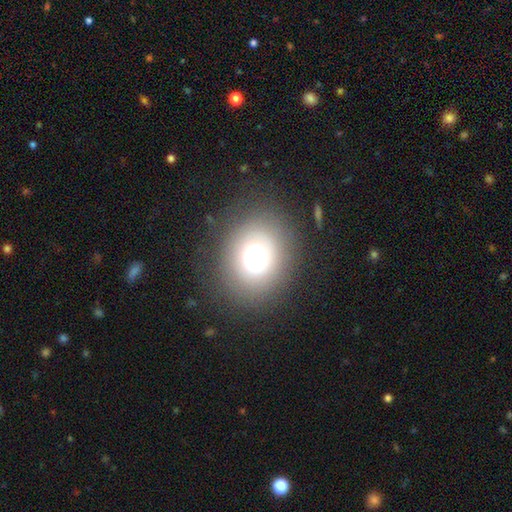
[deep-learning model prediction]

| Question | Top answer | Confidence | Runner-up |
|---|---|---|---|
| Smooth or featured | smooth | 66% | star or artifact (17%) |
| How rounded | round | 68% | in between (31%) |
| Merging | none | 83% | minor disturbance (9%) |